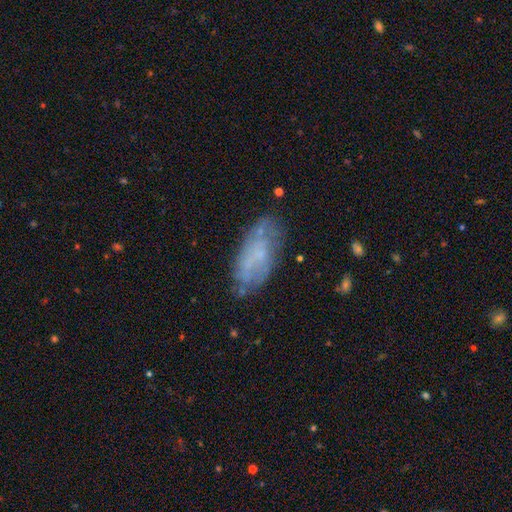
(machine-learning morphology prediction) smooth_or_featured: smooth (p=0.47) [alt: featured or disk p=0.44]
merging: none (p=0.63) [alt: minor disturbance p=0.23]